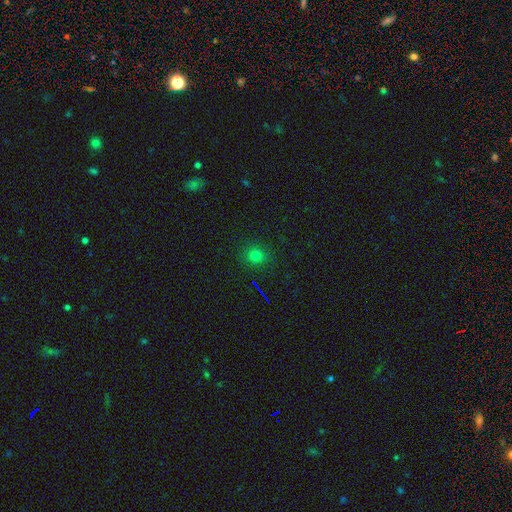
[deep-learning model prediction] smooth 73%, star or artifact 21%, featured or disk 7%. Down the decision tree: how rounded — round (84%); merging — none (88%).